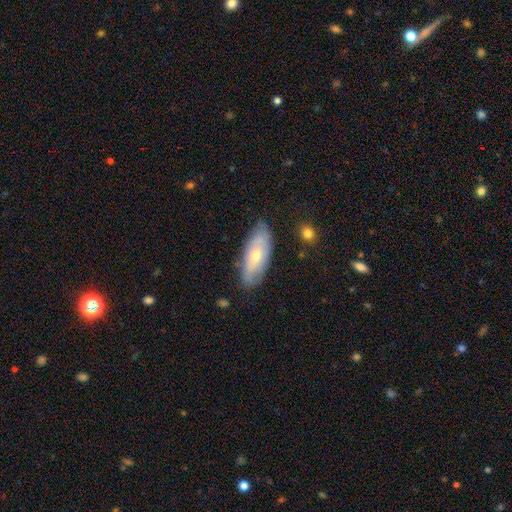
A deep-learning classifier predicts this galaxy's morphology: This is possibly a smooth galaxy (50%). How rounded: likely in between (79%). Merging: likely none (77%).